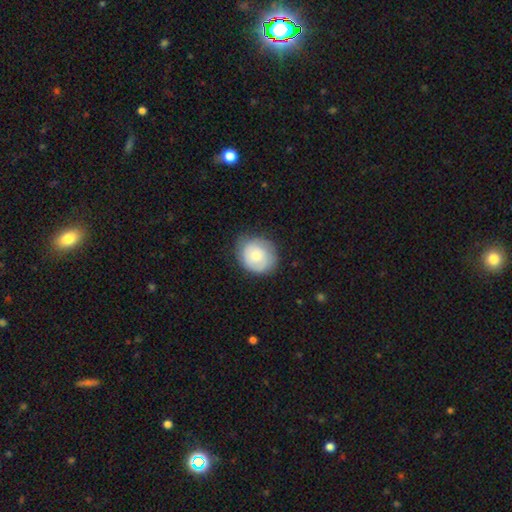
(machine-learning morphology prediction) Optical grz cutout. It shows a smooth galaxy with no disk features (70%) that is round (73%). Merging: none (70%).